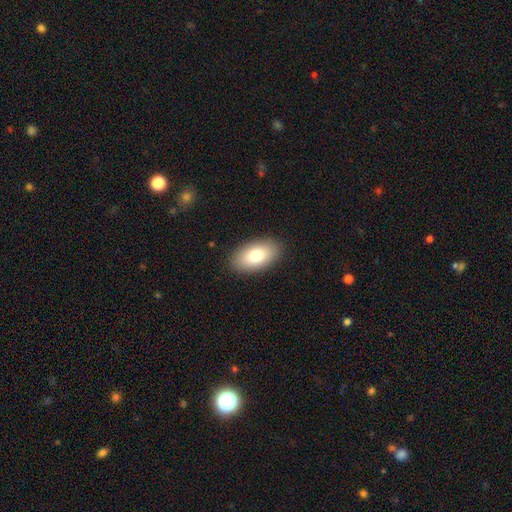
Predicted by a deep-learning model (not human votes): Morphology: type=smooth (79%); roundness=in between (94%); merging=none (89%).